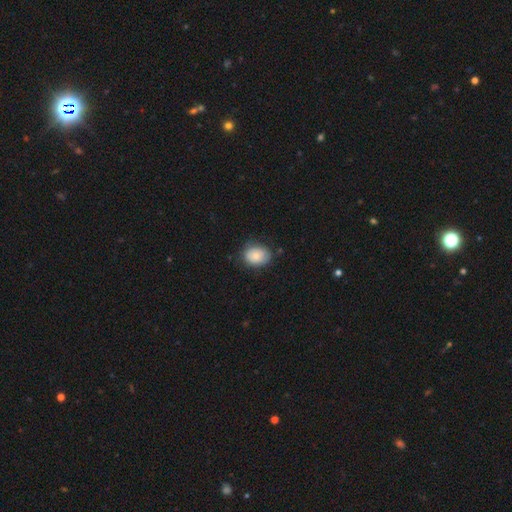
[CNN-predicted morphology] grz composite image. It shows a smooth galaxy with no disk features (78%) that is in between round and cigar-shaped (57%). Merging: none (74%).